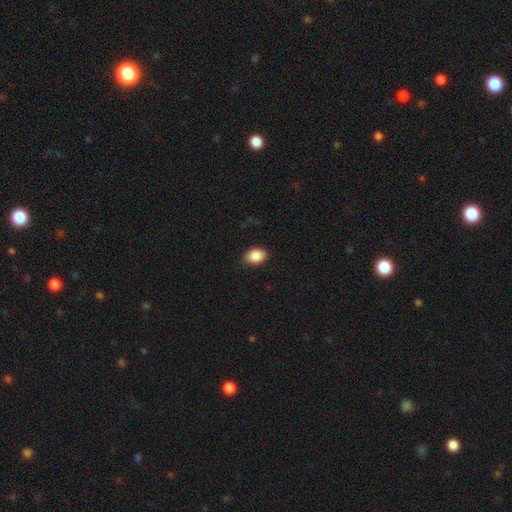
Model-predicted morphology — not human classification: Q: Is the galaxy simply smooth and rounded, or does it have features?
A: smooth — 89%.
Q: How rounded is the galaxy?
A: in between — 81%.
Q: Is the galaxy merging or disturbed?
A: none — 84%.